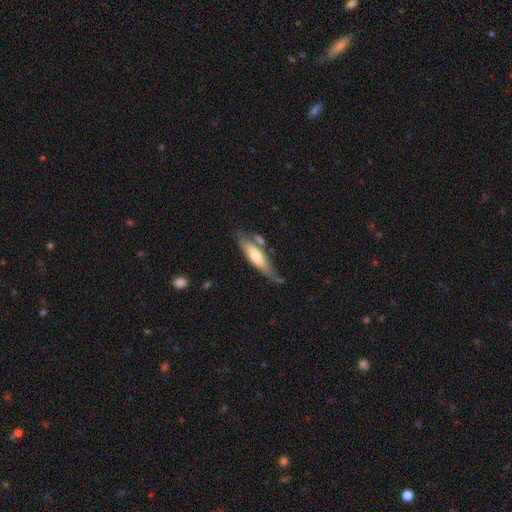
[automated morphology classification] smooth_or_featured: smooth (p=0.52) [alt: featured or disk p=0.43]
how_rounded: cigar-shaped (p=0.68) [alt: in between p=0.30]
merging: none (p=0.50) [alt: minor disturbance p=0.25]